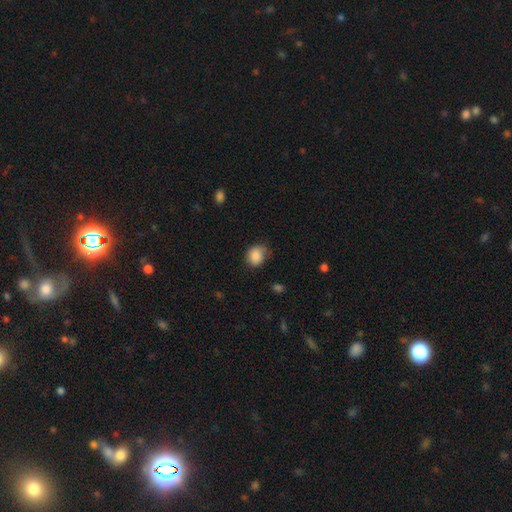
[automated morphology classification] type=smooth (85%); roundness=round (66%); merging=none (66%).